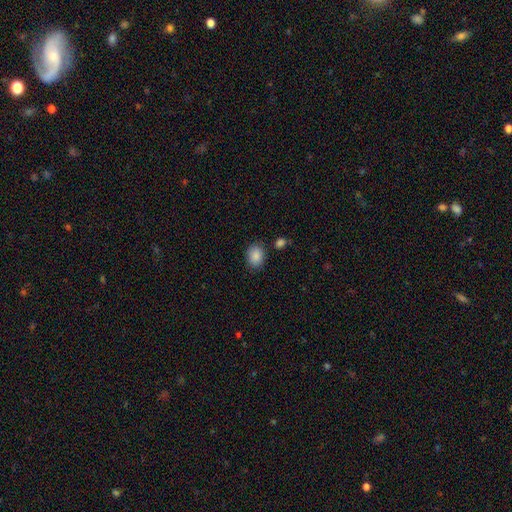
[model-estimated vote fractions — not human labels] smooth 88%, star or artifact 8%, featured or disk 4%. Down the decision tree: how rounded — in between (64%); merging — none (83%).